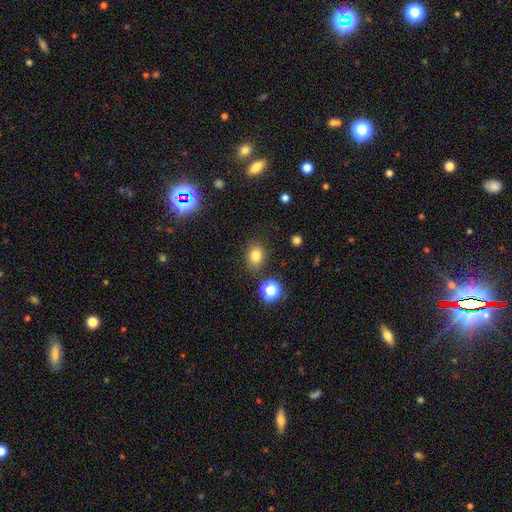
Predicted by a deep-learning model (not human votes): Smooth or featured: smooth — 79% (star or artifact — 15%)
How rounded: in between — 52% (round — 47%)
Merging: none — 82% (minor disturbance — 11%)